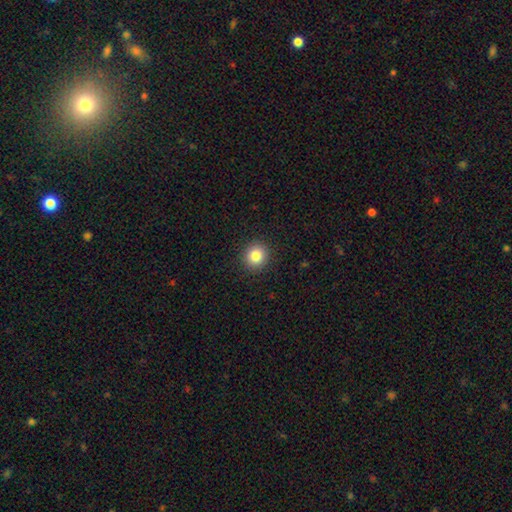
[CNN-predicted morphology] Q: Smooth or featured?
A: smooth (84%); runner-up: star or artifact (10%)
Q: How rounded?
A: round (89%); runner-up: in between (10%)
Q: Merging?
A: none (92%); runner-up: minor disturbance (6%)